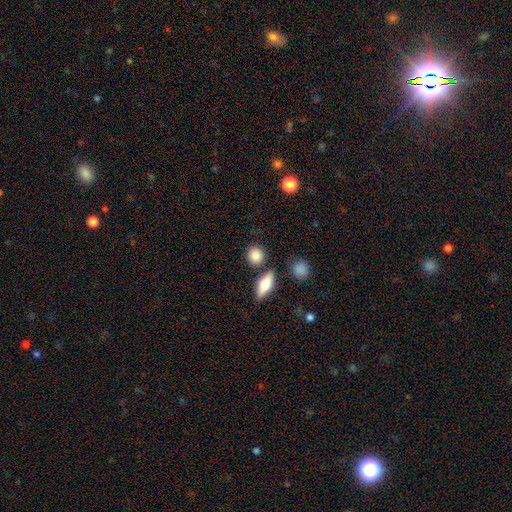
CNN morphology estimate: A smooth galaxy with no disk features (86%) that is round (79%). Merging: none (81%).